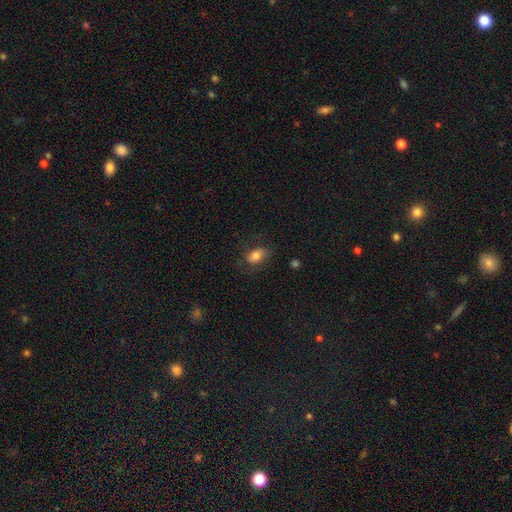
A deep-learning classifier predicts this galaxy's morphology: A smooth galaxy with no disk features (78%) that is in between round and cigar-shaped (86%).

Vote fractions:
- Smooth or featured? smooth: 78% / featured or disk: 14% / star or artifact: 8%
- How rounded? in between: 86% / round: 12% / cigar-shaped: 2%
- Merging? none: 71% / minor disturbance: 19% / major disturbance: 9% / merger: 1%